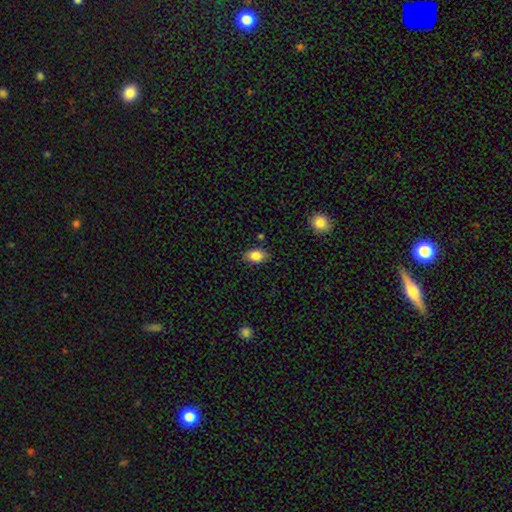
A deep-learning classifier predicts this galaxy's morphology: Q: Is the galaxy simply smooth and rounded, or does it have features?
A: smooth — 85%.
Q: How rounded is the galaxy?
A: in between — 88%.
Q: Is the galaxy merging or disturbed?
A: none — 84%.